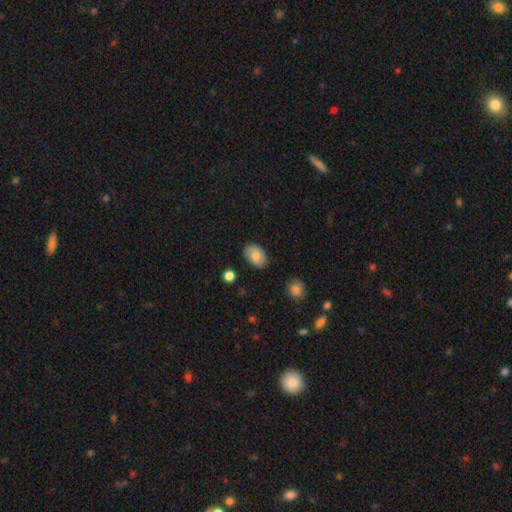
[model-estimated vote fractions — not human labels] The model was most divided on "smooth or featured": smooth: 73%, featured or disk: 19%, star or artifact: 8%. More confident: how rounded — in between (81%); merging — none (76%).